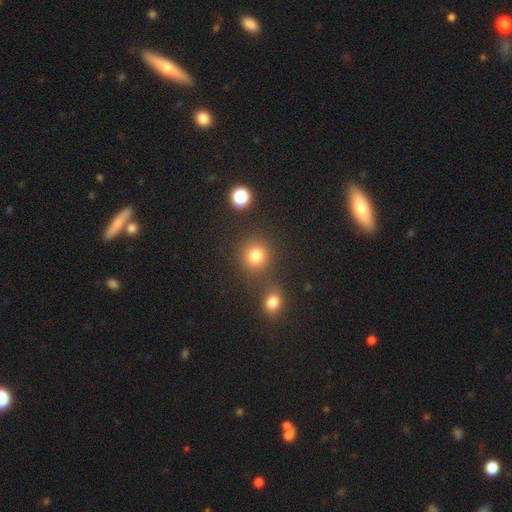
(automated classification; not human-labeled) This appears to be a smooth galaxy with no disk features (79%) that is round (89%). Merging: none (77%).